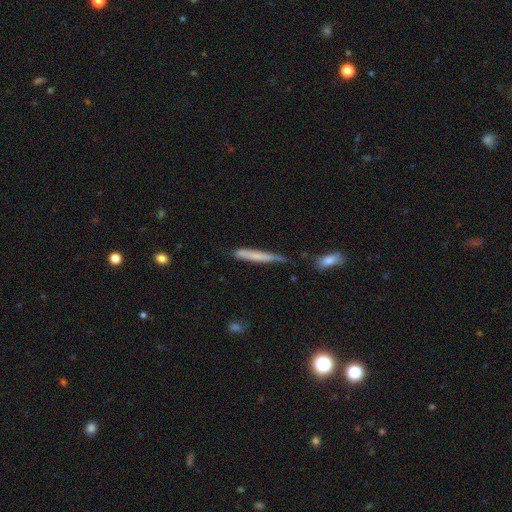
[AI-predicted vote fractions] Smooth or featured?
  - smooth: 66% *
  - featured or disk: 27%
  - star or artifact: 7%
How rounded?
  - cigar-shaped: 95% *
  - in between: 4%
  - round: 1%
Merging?
  - none: 64% *
  - minor disturbance: 26%
  - major disturbance: 6%
  - merger: 4%